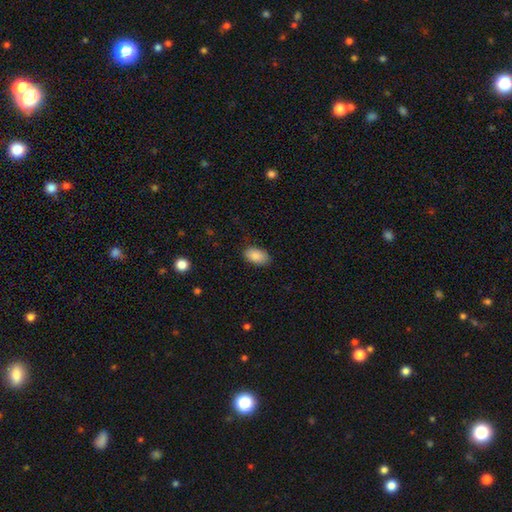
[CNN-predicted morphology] smooth-or-featured: smooth: 88% | star or artifact: 7% | featured or disk: 5%
  how-rounded: in between: 92% | round: 6% | cigar-shaped: 1%
  merging: none: 84% | minor disturbance: 12% | major disturbance: 3% | merger: 1%